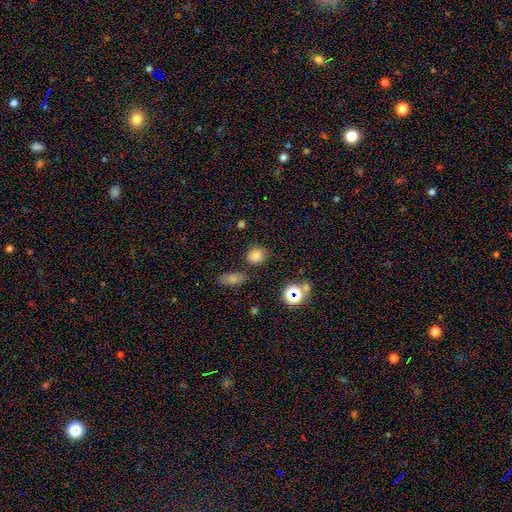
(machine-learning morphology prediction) Smooth or featured?
  - smooth: 77% *
  - star or artifact: 17%
  - featured or disk: 6%
How rounded?
  - round: 76% *
  - in between: 23%
  - cigar-shaped: 1%
Merging?
  - none: 79% *
  - minor disturbance: 12%
  - merger: 5%
  - major disturbance: 4%